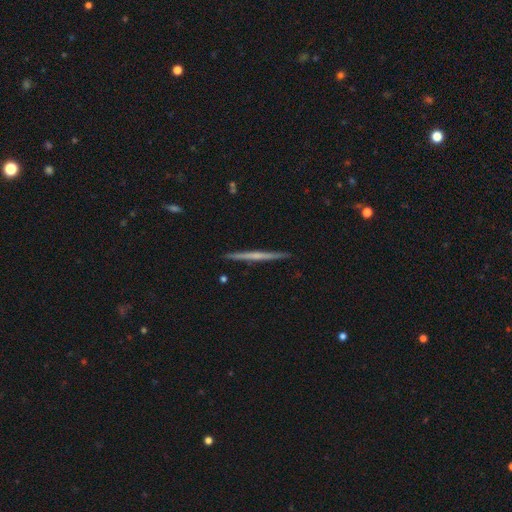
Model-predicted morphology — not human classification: smooth_or_featured: featured or disk (p=0.64) [alt: smooth p=0.30]
disk_edge_on: yes (p=0.98) [alt: no p=0.02]
edge_on_bulge: none (p=0.66) [alt: rounded p=0.26]
merging: none (p=0.92) [alt: minor disturbance p=0.06]